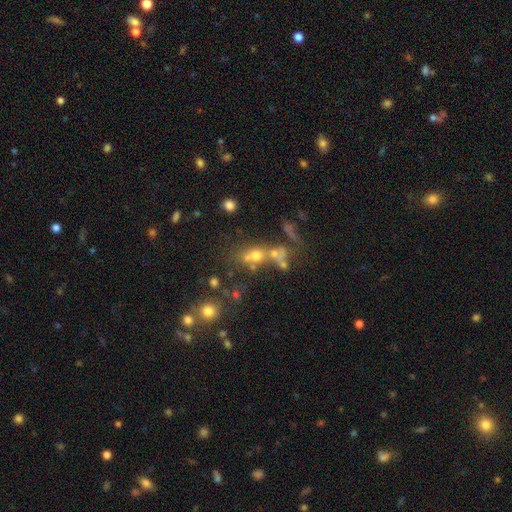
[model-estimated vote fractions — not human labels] smooth 48%, star or artifact 27%, featured or disk 26%. Down the decision tree: merging — merger (42%).